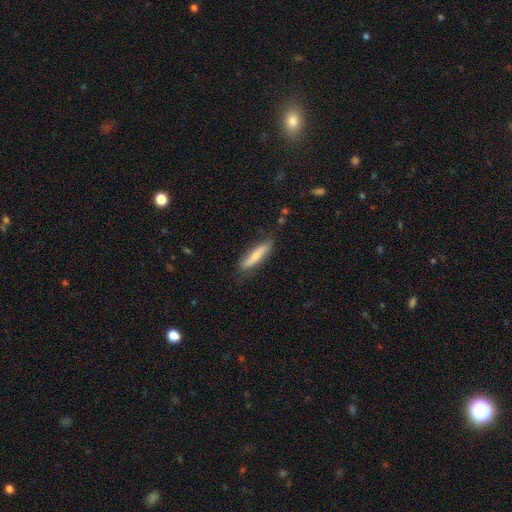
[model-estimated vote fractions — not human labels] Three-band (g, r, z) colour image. It shows a smooth galaxy with no disk features (64%) that is cigar-shaped (80%). Merging: none (76%).